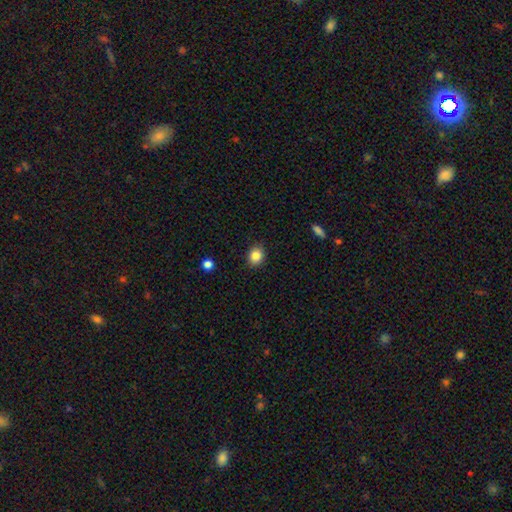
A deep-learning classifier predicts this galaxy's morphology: Smooth or featured? Predicted: smooth (p=0.84). How rounded? Predicted: round (p=0.63). Merging? Predicted: none (p=0.88).